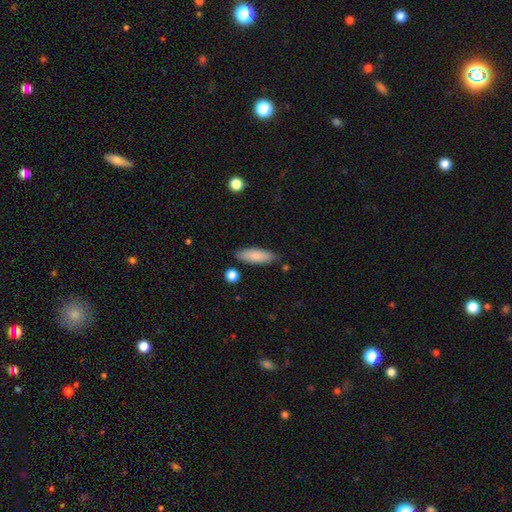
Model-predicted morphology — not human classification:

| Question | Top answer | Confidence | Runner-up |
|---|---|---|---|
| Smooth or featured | smooth | 82% | featured or disk (12%) |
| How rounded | in between | 57% | cigar-shaped (41%) |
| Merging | none | 82% | minor disturbance (13%) |